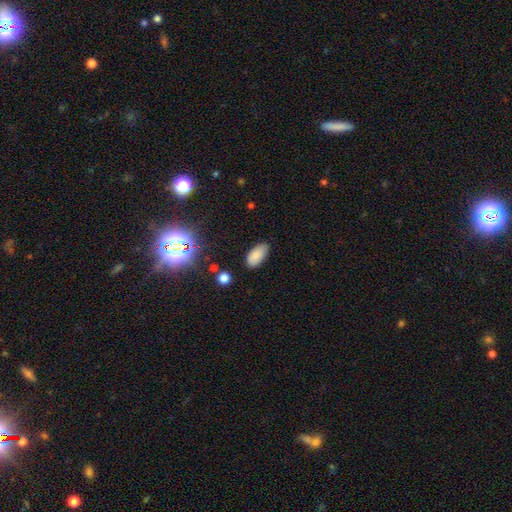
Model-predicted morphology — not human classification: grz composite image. It shows a smooth galaxy with no disk features (84%) that is in between round and cigar-shaped (93%). Merging: none (82%).